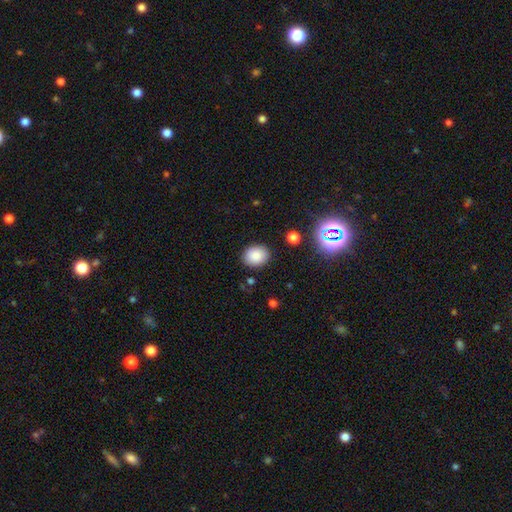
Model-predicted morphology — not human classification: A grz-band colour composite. It shows a smooth galaxy with no disk features (84%) that is in between round and cigar-shaped (50%). Merging: none (87%).